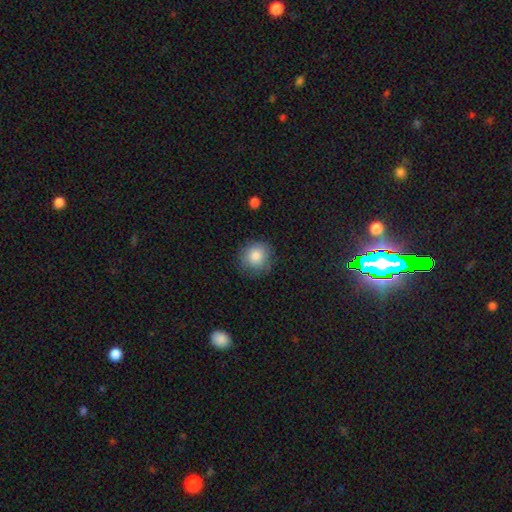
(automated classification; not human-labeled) A smooth galaxy with no disk features (85%) that is round (87%). Merging: none (81%).